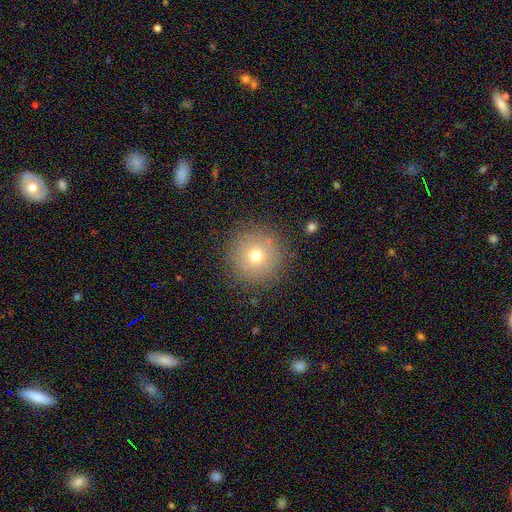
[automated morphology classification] Smooth or featured?
  - smooth: 69% *
  - star or artifact: 16%
  - featured or disk: 14%
How rounded?
  - round: 96% *
  - in between: 3%
  - cigar-shaped: 1%
Merging?
  - none: 88% *
  - minor disturbance: 7%
  - major disturbance: 3%
  - merger: 2%